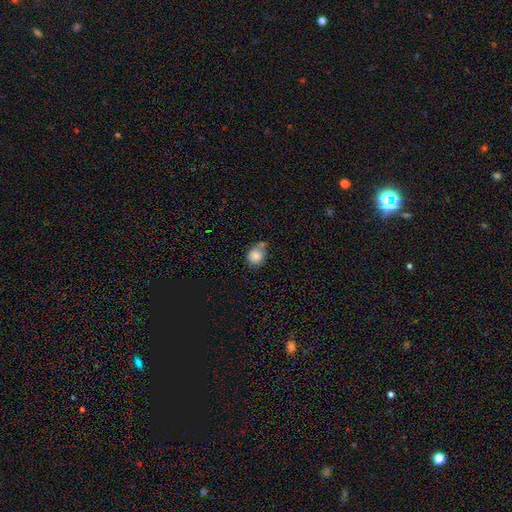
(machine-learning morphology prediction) This is clearly a smooth galaxy (82%). How rounded: likely round (64%). Merging: marginally none (45%).